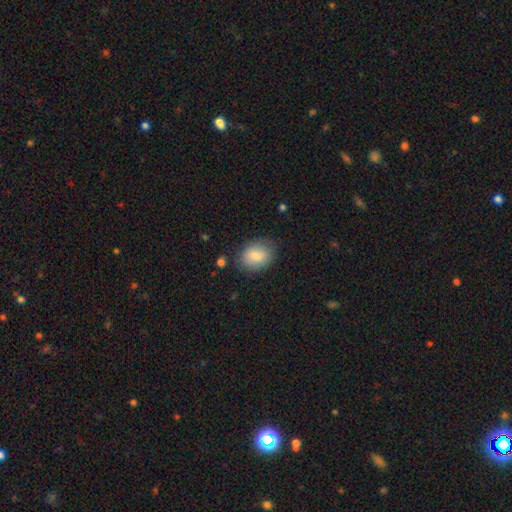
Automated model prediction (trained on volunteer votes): The model was most divided on "how rounded": in between: 64%, round: 34%, cigar-shaped: 1%. More confident: smooth or featured — smooth (82%); merging — none (80%).